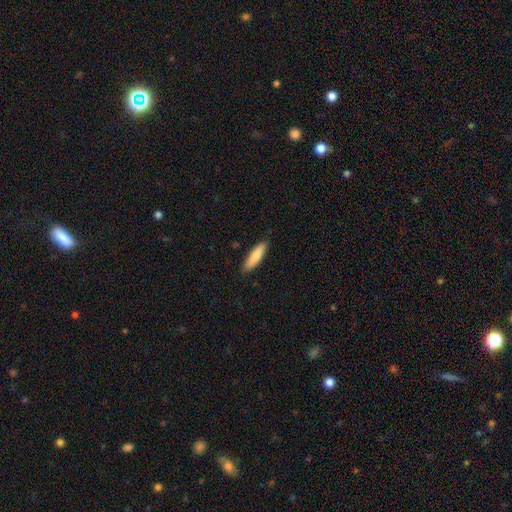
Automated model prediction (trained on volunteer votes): Smooth or featured? smooth (82%)
How rounded? cigar-shaped (73%)
Merging? none (88%)